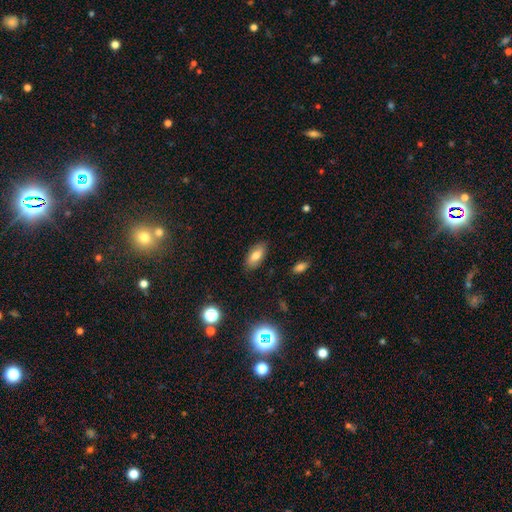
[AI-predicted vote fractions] Overall: smooth (75%). How rounded: in between (89%). Merging: none (85%).